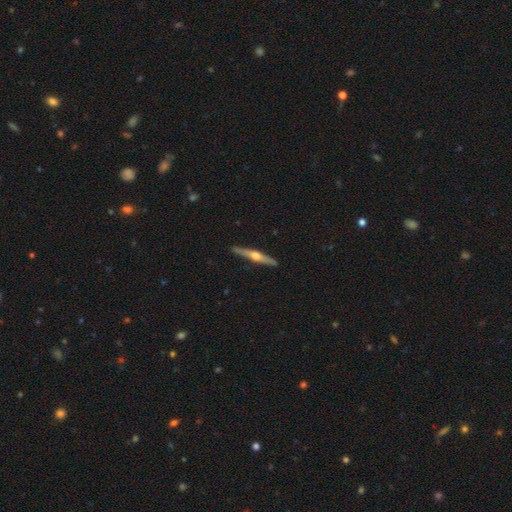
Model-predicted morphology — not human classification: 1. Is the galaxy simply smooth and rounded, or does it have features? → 71% featured or disk, 23% smooth, 5% star or artifact.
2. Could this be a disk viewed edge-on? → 98% yes, 2% no.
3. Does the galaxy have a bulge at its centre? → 93% rounded, 4% none, 3% boxy.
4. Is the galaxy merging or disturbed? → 91% none, 7% minor disturbance, 1% major disturbance, 1% merger.